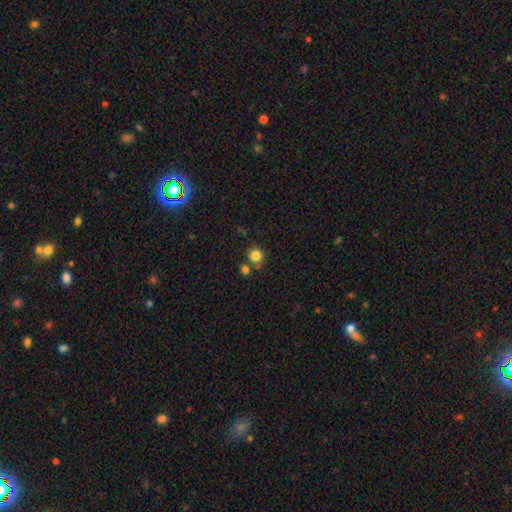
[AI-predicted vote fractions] smooth_or_featured: smooth (p=0.83) [alt: star or artifact p=0.12]
how_rounded: round (p=0.91) [alt: in between p=0.08]
merging: none (p=0.70) [alt: merger p=0.17]